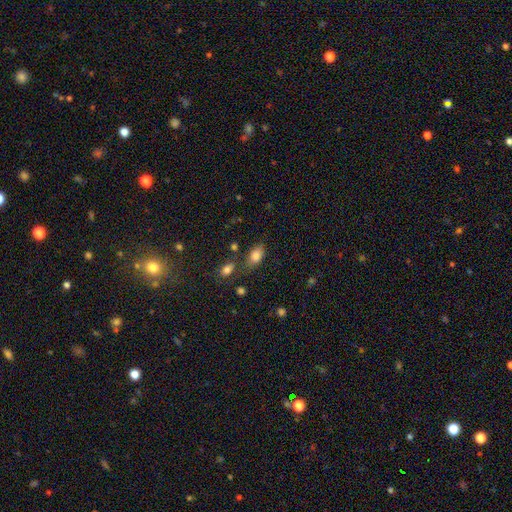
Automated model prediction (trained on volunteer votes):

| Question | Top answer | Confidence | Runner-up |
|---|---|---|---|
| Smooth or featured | smooth | 83% | star or artifact (9%) |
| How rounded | in between | 90% | round (7%) |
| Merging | none | 63% | minor disturbance (21%) |